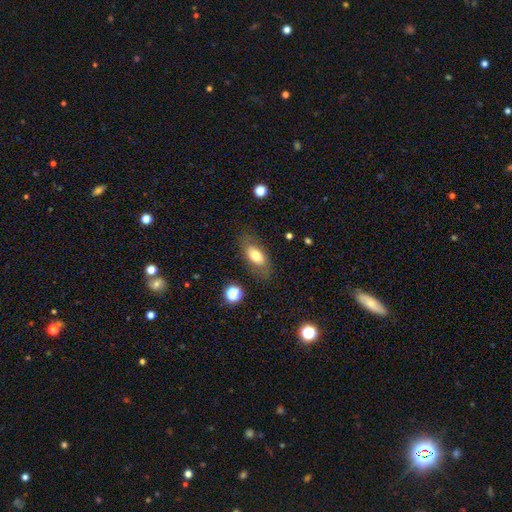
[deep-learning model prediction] This appears to be a smooth galaxy with no disk features (69%) that is in between round and cigar-shaped (84%). Merging: none (77%).